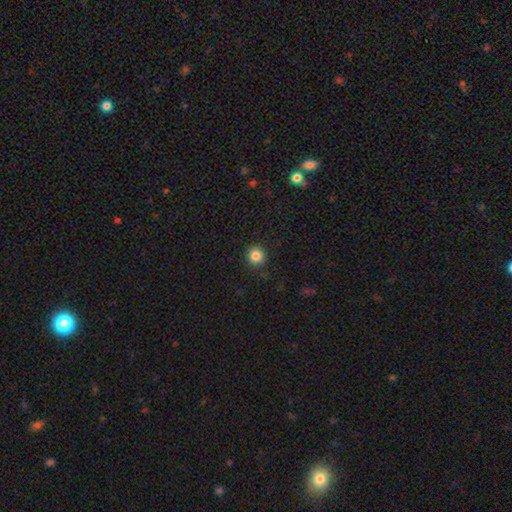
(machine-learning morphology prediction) Q: Smooth or featured?
A: smooth (85%); runner-up: star or artifact (11%)
Q: How rounded?
A: round (93%); runner-up: in between (6%)
Q: Merging?
A: none (90%); runner-up: minor disturbance (7%)